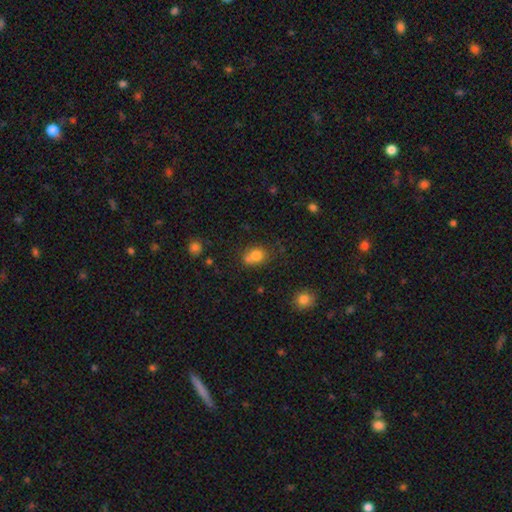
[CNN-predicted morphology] smooth_or_featured: smooth (p=0.76) [alt: star or artifact p=0.12]
how_rounded: round (p=0.55) [alt: in between p=0.44]
merging: none (p=0.46) [alt: merger p=0.34]